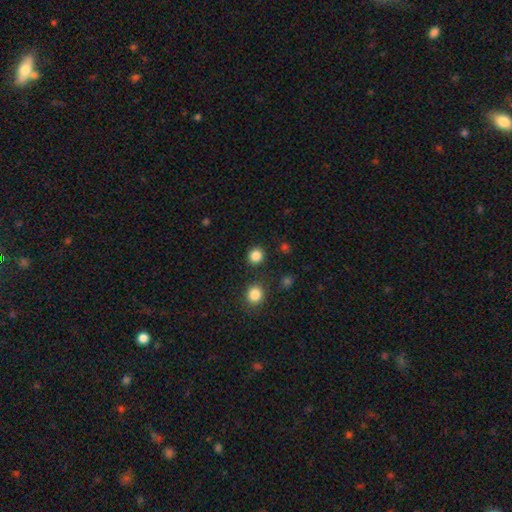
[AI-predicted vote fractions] Smooth or featured: smooth — 85% (star or artifact — 12%)
How rounded: round — 89% (in between — 10%)
Merging: none — 89% (minor disturbance — 6%)